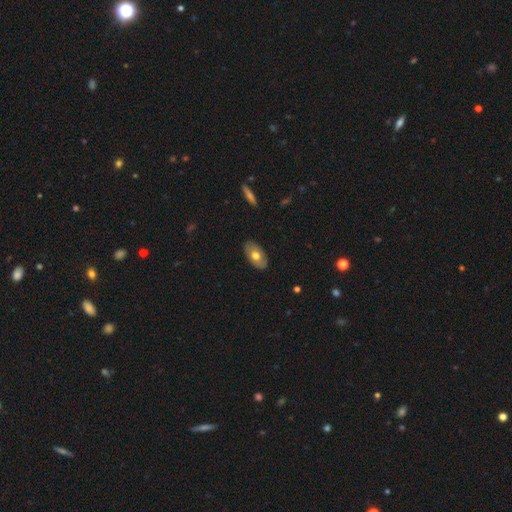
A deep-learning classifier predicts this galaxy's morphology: A smooth galaxy with no disk features (62%) that is in between round and cigar-shaped (93%). Merging: none (85%).